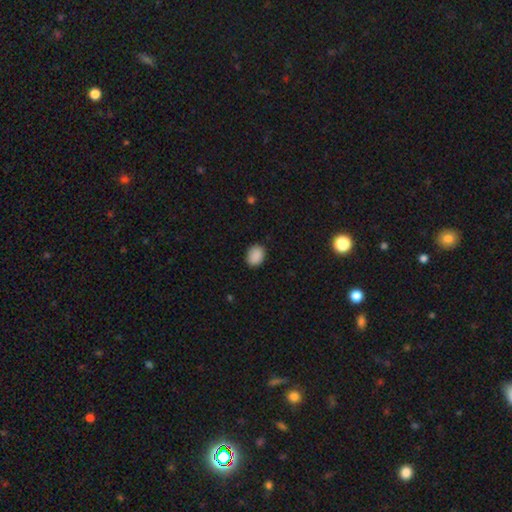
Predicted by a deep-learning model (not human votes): Q: Smooth or featured?
A: smooth (89%); runner-up: star or artifact (8%)
Q: How rounded?
A: in between (58%); runner-up: round (41%)
Q: Merging?
A: none (87%); runner-up: minor disturbance (10%)